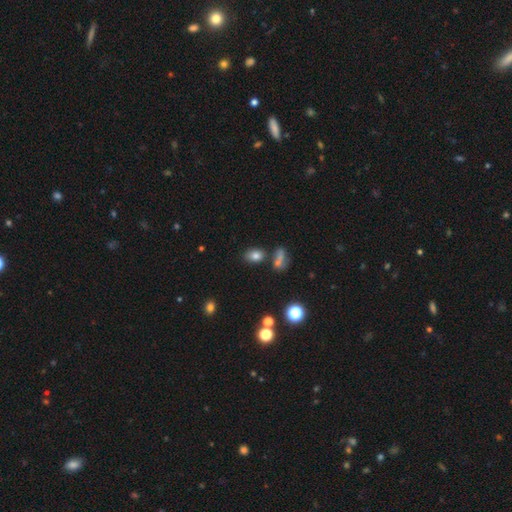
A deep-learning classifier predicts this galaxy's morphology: Q: Smooth or featured?
A: smooth (78%); runner-up: star or artifact (14%)
Q: How rounded?
A: in between (77%); runner-up: round (21%)
Q: Merging?
A: none (70%); runner-up: merger (14%)